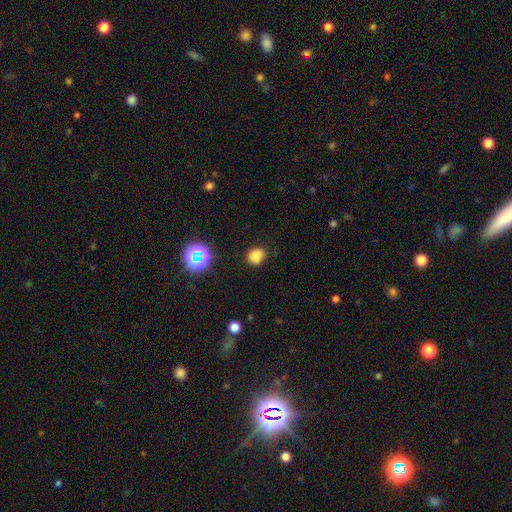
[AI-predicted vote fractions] Smooth or featured?
  - smooth: 77% *
  - star or artifact: 17%
  - featured or disk: 6%
How rounded?
  - round: 58% *
  - in between: 41%
  - cigar-shaped: 1%
Merging?
  - none: 76% *
  - minor disturbance: 17%
  - major disturbance: 4%
  - merger: 3%